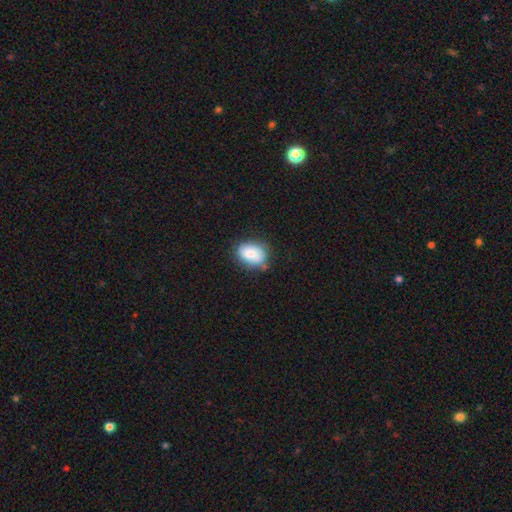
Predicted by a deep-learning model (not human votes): Overall: smooth (79%). How rounded: in between (76%). Merging: none (67%).